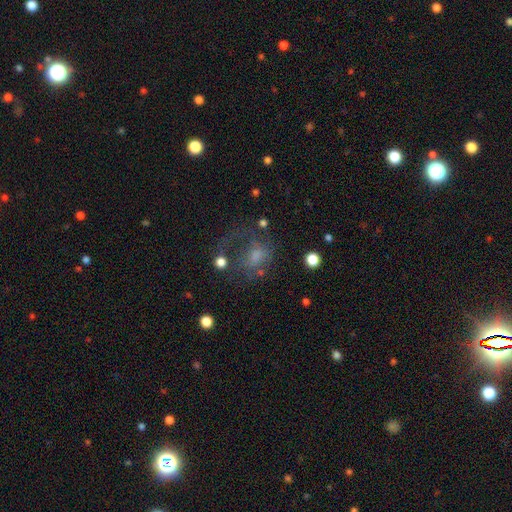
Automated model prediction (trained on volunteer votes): The model was most divided on "smooth or featured": smooth: 45%, featured or disk: 37%, star or artifact: 17%. Remaining: merging — major disturbance (43%).